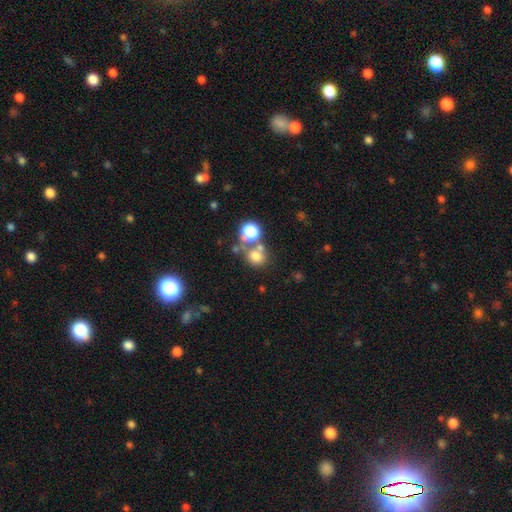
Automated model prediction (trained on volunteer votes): The model was most divided on "merging": none: 48%, merger: 36%, minor disturbance: 9%, major disturbance: 6%. More confident: how rounded — round (77%); smooth or featured — smooth (68%).